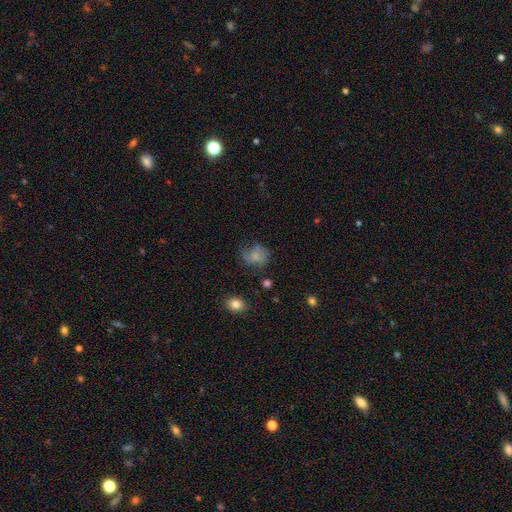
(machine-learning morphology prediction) Smooth or featured?
  - smooth: 60% *
  - featured or disk: 27%
  - star or artifact: 13%
How rounded?
  - round: 57% *
  - in between: 42%
  - cigar-shaped: 1%
Merging?
  - none: 45% *
  - minor disturbance: 27%
  - major disturbance: 25%
  - merger: 3%